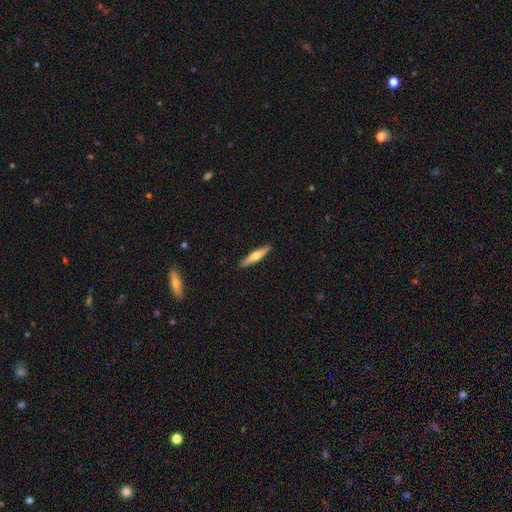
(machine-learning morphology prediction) smooth-or-featured: featured or disk: 48% | smooth: 47% | star or artifact: 5%
  merging: none: 91% | minor disturbance: 6% | major disturbance: 1% | merger: 1%